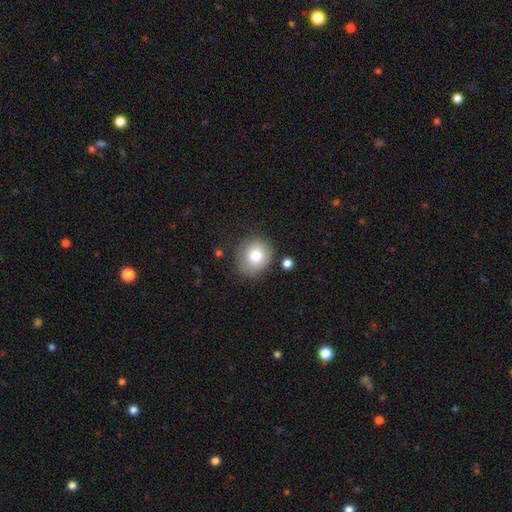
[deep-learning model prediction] This appears to be a smooth galaxy with no disk features (80%) that is round (75%). Merging: none (76%).